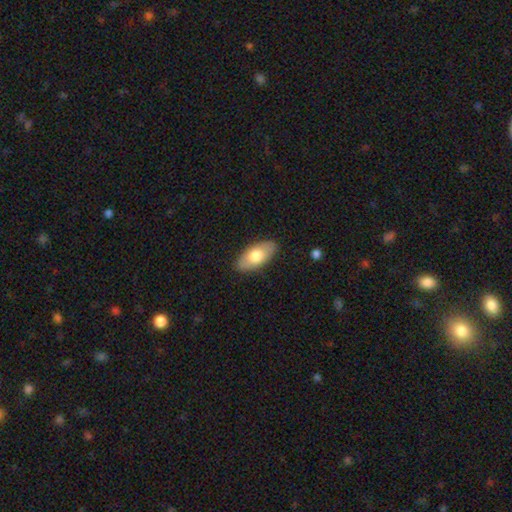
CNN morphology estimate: smooth-or-featured: smooth: 70% | featured or disk: 24% | star or artifact: 5%
  how-rounded: in between: 90% | cigar-shaped: 7% | round: 3%
  merging: none: 87% | minor disturbance: 10% | major disturbance: 2% | merger: 1%